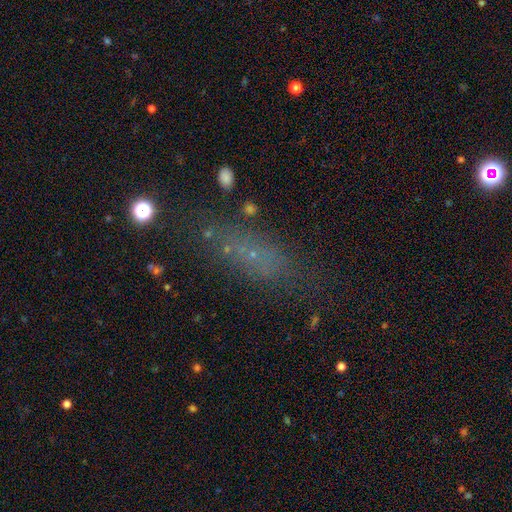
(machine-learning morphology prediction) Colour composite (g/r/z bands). It shows a smooth galaxy with no disk features (52%) that is in between round and cigar-shaped (48%). Merging: none (64%).